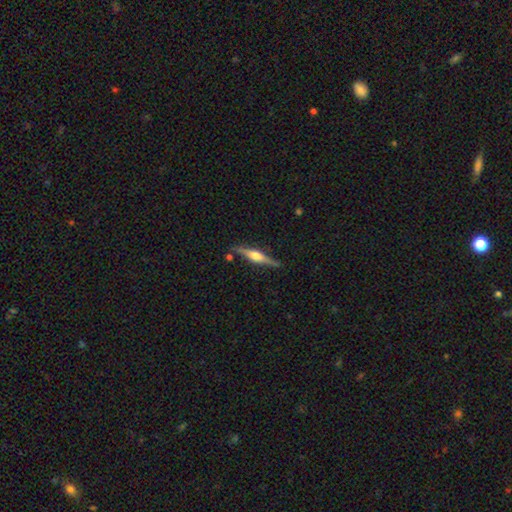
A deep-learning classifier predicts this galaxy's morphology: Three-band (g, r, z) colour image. It shows a featured or disk galaxy (76%) viewed edge-on (98%) with a rounded central bulge (88%). Merging: none (85%).